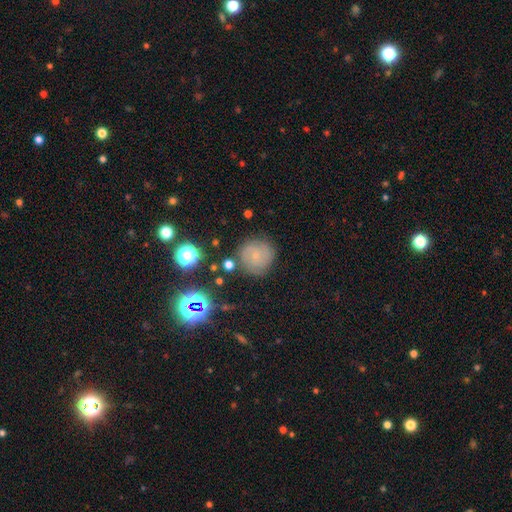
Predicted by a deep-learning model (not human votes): Smooth or featured?
  - smooth: 46% *
  - featured or disk: 39%
  - star or artifact: 15%
Merging?
  - none: 78% *
  - minor disturbance: 14%
  - major disturbance: 5%
  - merger: 3%